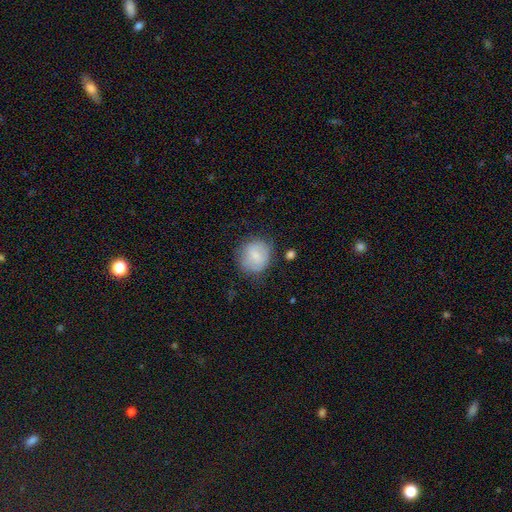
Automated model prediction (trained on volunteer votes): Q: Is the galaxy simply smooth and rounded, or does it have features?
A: smooth — 74%.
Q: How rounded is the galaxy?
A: round — 83%.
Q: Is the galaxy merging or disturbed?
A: none — 71%.